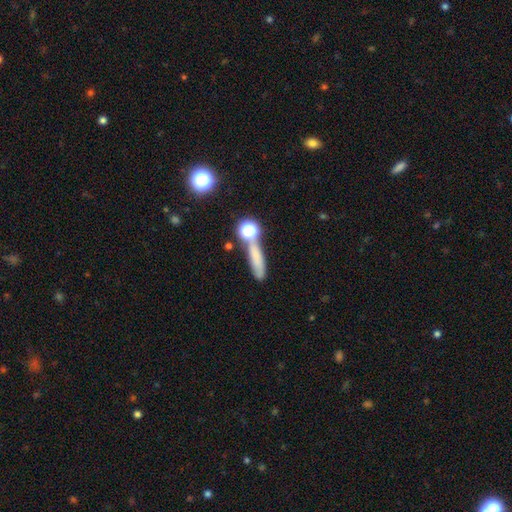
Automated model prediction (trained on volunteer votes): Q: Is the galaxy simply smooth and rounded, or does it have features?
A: smooth — 65%.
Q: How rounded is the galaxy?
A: cigar-shaped — 67%.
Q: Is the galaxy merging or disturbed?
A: none — 58%.